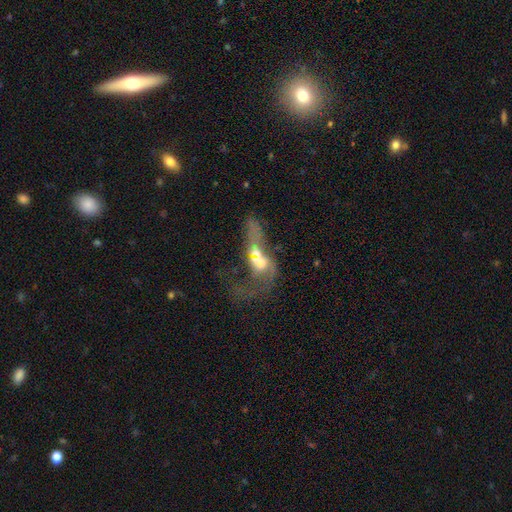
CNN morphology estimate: smooth_or_featured: featured or disk (p=0.55) [alt: smooth p=0.34]
disk_edge_on: no (p=0.89) [alt: yes p=0.11]
merging: merger (p=0.61) [alt: major disturbance p=0.23]